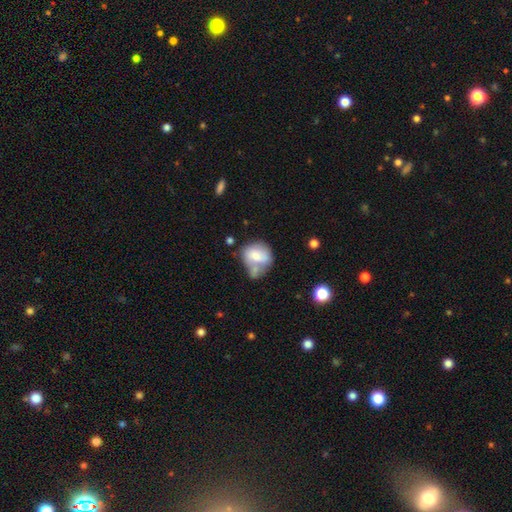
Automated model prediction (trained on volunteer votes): Smooth or featured? smooth (68%)
How rounded? round (60%)
Merging? merger (39%)